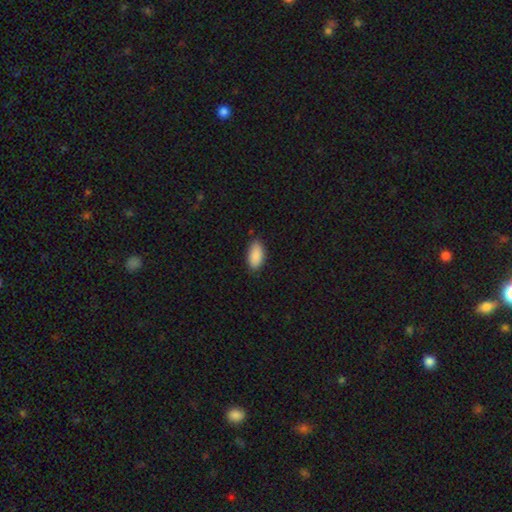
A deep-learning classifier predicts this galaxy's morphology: Q: Smooth or featured?
A: smooth (89%); runner-up: star or artifact (6%)
Q: How rounded?
A: in between (92%); runner-up: cigar-shaped (5%)
Q: Merging?
A: none (83%); runner-up: minor disturbance (14%)